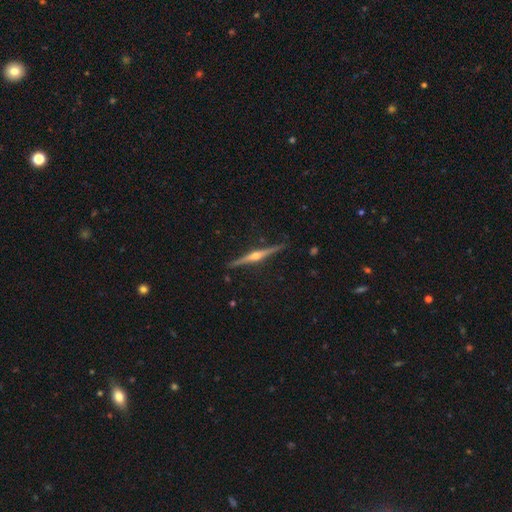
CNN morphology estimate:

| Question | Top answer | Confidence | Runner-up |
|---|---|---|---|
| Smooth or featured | featured or disk | 83% | smooth (12%) |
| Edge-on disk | yes | 98% | no (2%) |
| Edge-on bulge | rounded | 95% | none (3%) |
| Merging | none | 89% | minor disturbance (8%) |